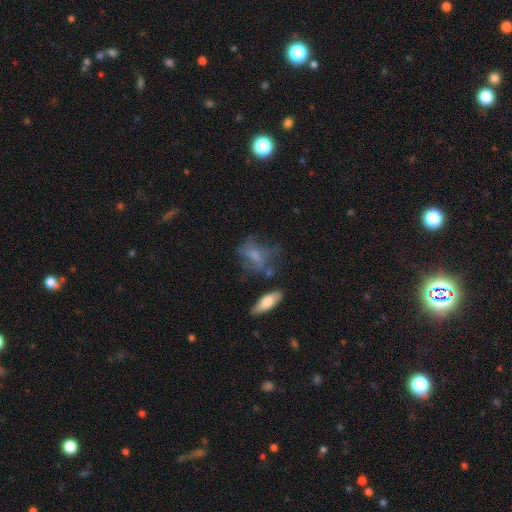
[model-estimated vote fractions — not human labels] Overall: smooth (53%; featured or disk 34%). How rounded: in between (68%). Merging: none (40%; major disturbance 27%).